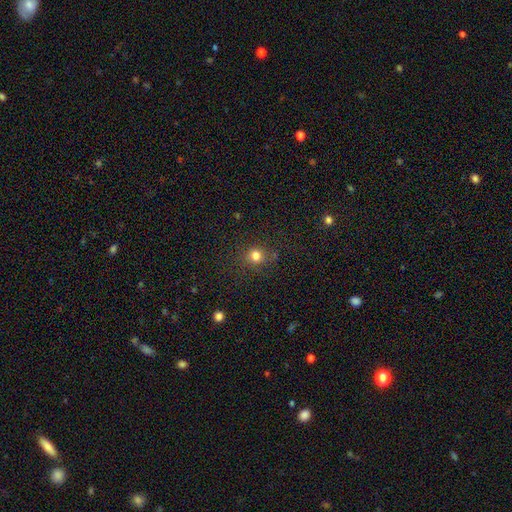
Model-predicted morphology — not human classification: smooth-or-featured: smooth: 79% | star or artifact: 15% | featured or disk: 6%
  how-rounded: round: 86% | in between: 14% | cigar-shaped: 1%
  merging: none: 82% | minor disturbance: 11% | major disturbance: 4% | merger: 3%